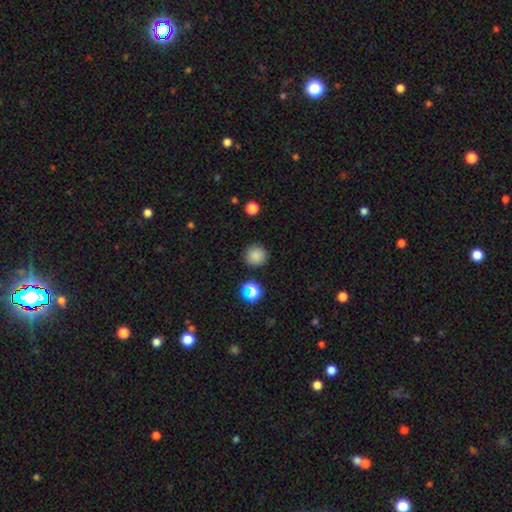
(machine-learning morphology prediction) A smooth galaxy with no disk features (82%) that is round (93%). Merging: none (89%).